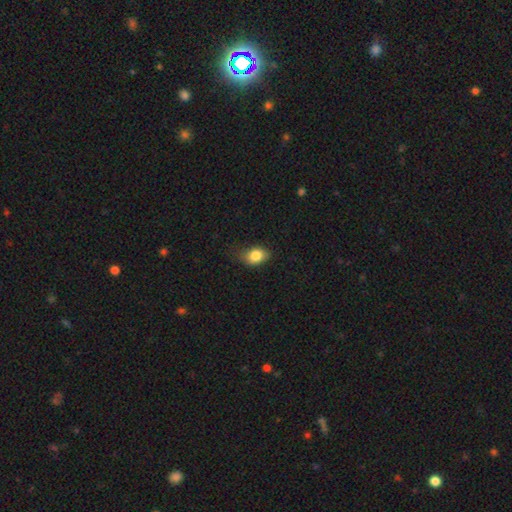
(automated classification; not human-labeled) smooth_or_featured: smooth (p=0.82) [alt: star or artifact p=0.09]
how_rounded: in between (p=0.73) [alt: round p=0.26]
merging: none (p=0.64) [alt: minor disturbance p=0.28]